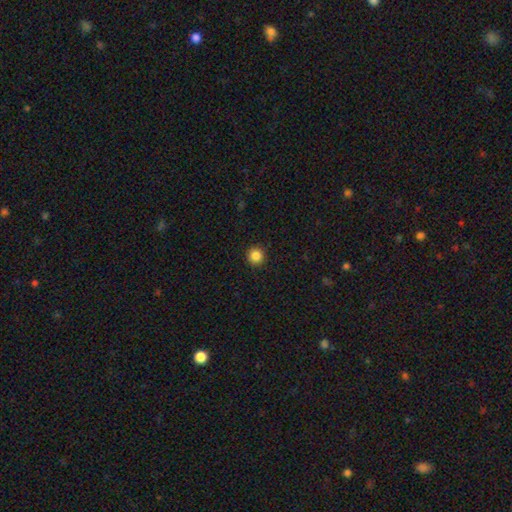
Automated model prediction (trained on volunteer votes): Smooth or featured?
  - smooth: 85% *
  - star or artifact: 11%
  - featured or disk: 4%
How rounded?
  - round: 95% *
  - in between: 4%
  - cigar-shaped: 1%
Merging?
  - none: 93% *
  - minor disturbance: 4%
  - major disturbance: 2%
  - merger: 1%